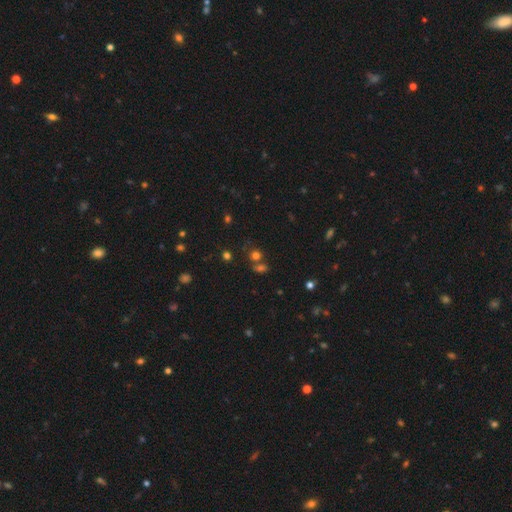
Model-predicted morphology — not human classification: Smooth or featured: smooth — 66% (star or artifact — 25%)
How rounded: round — 77% (in between — 21%)
Merging: none — 56% (merger — 29%)